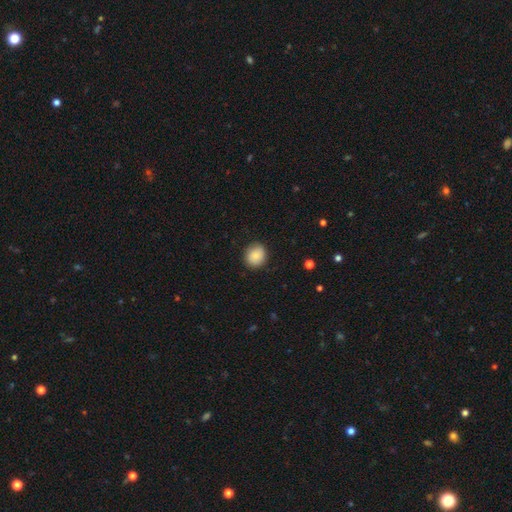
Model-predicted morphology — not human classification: Smooth or featured? smooth (87%)
How rounded? round (70%)
Merging? none (85%)